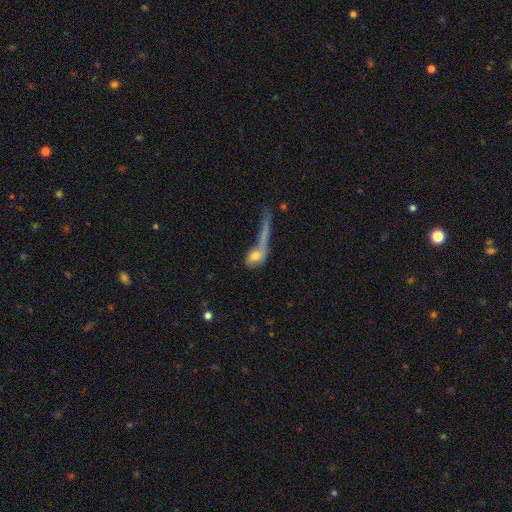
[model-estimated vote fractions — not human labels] Morphology: type=smooth (63%); roundness=in between (52%); merging=merger (33%).